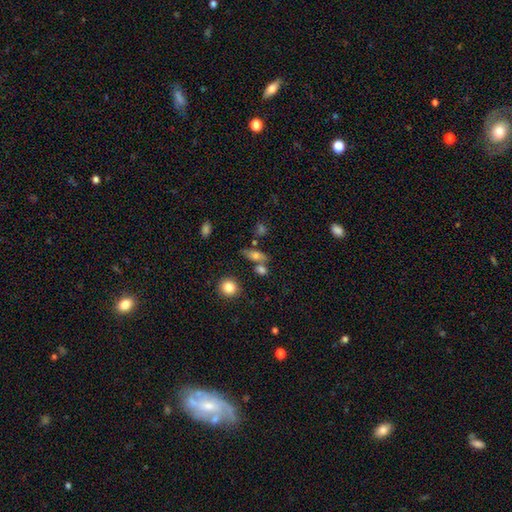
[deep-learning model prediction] Smooth or featured? Predicted: smooth (p=0.67). How rounded? Predicted: in between (p=0.59). Merging? Predicted: none (p=0.57).